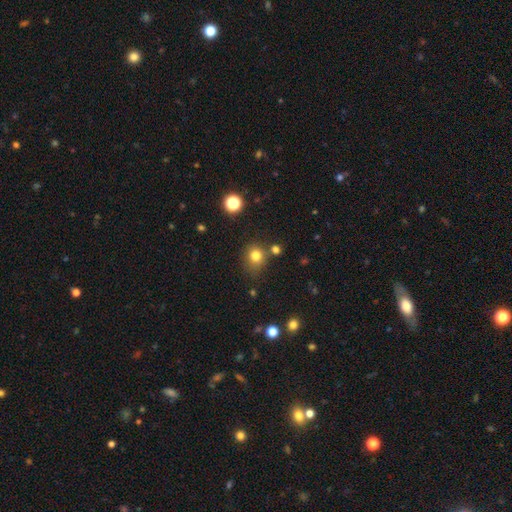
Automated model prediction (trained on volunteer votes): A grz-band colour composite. It shows a smooth galaxy with no disk features (79%) that is round (81%). Merging: none (72%).